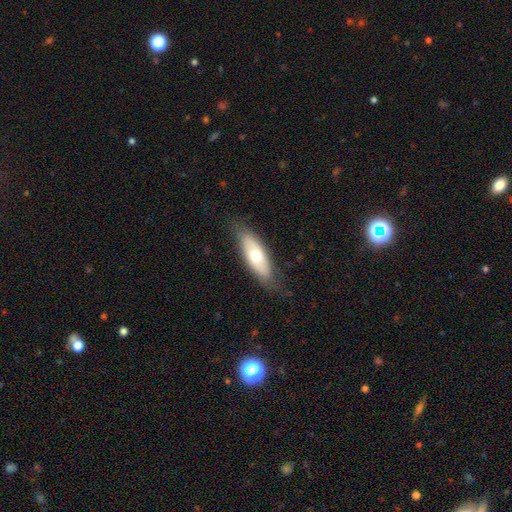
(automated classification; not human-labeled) Q: Smooth or featured?
A: smooth (59%); runner-up: featured or disk (35%)
Q: How rounded?
A: in between (67%); runner-up: cigar-shaped (30%)
Q: Merging?
A: none (78%); runner-up: minor disturbance (17%)